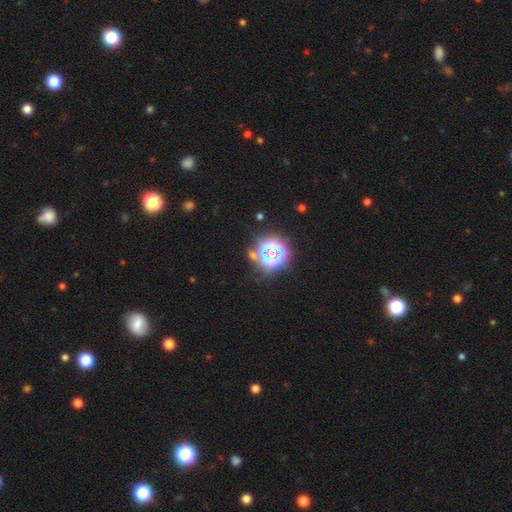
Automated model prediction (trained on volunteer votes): A star or artifact, not a galaxy (70%).